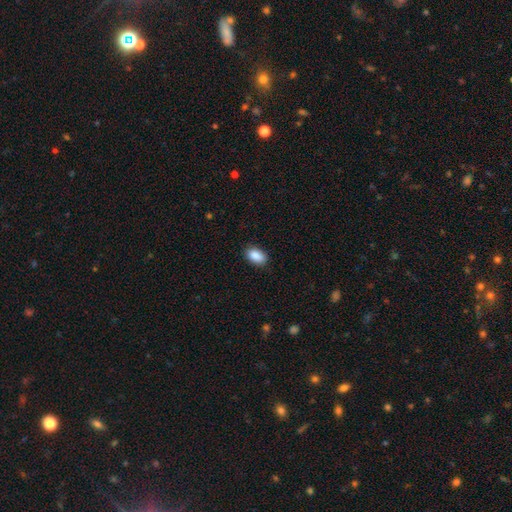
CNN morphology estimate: A smooth galaxy with no disk features (89%) that is in between round and cigar-shaped (92%). Merging: none (88%).